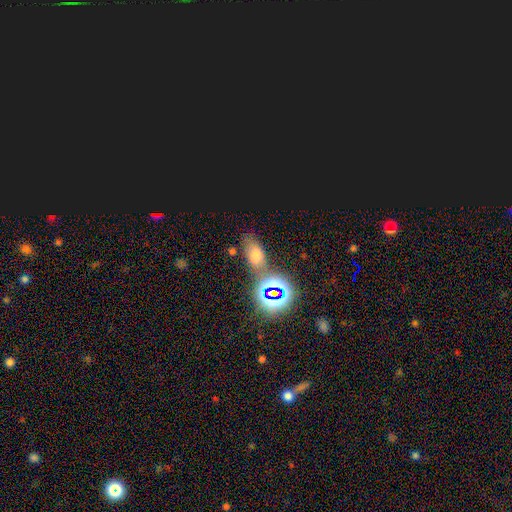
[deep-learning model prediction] This appears to be a smooth galaxy with no disk features (49%). Merging: none (63%).